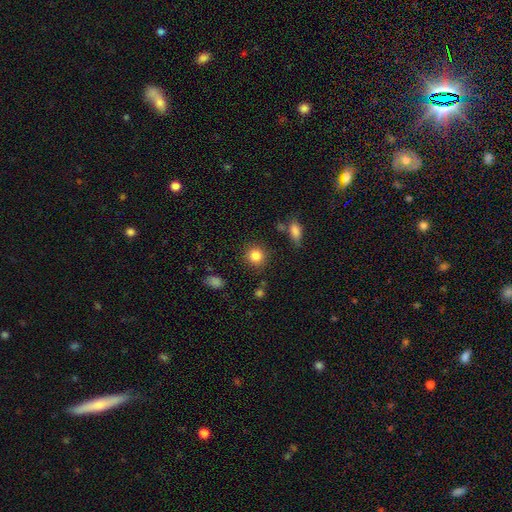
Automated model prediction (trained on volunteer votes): The model was most divided on "smooth or featured": smooth: 84%, star or artifact: 10%, featured or disk: 6%. More confident: how rounded — round (89%); merging — none (86%).